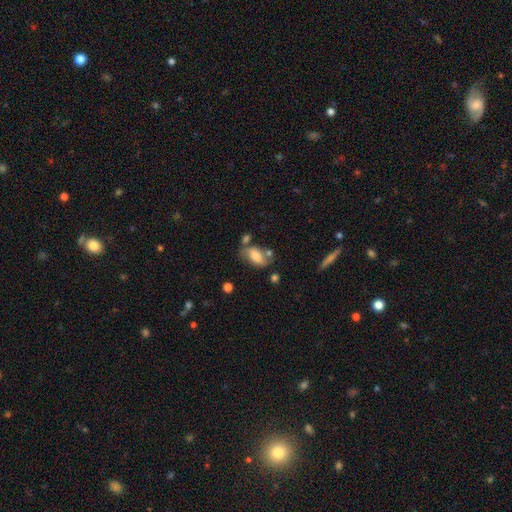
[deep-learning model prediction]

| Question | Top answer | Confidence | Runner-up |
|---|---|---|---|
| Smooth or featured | smooth | 64% | featured or disk (27%) |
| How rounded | in between | 87% | round (8%) |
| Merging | none | 50% | minor disturbance (23%) |